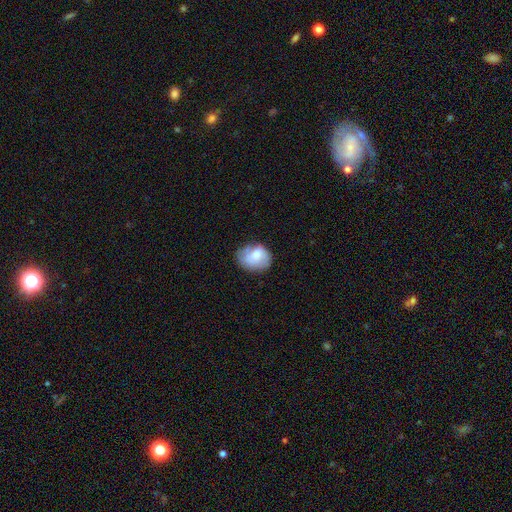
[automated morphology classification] type=smooth (63%); roundness=in between (54%); merging=none (52%).